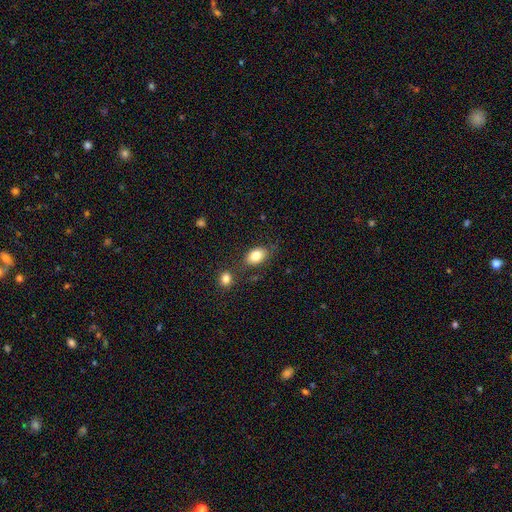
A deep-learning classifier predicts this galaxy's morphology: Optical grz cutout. It shows a smooth galaxy with no disk features (82%) that is in between round and cigar-shaped (87%). Merging: none (75%).